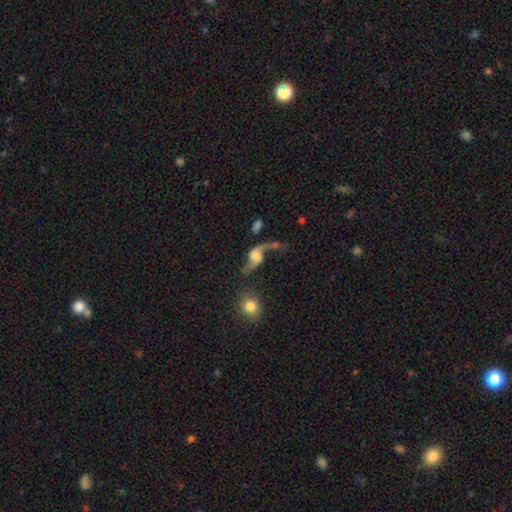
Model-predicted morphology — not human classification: featured or disk 85%, smooth 8%, star or artifact 7%. Down the decision tree: edge-on disk — no (95%); bar — no (51%); spiral arms — yes (95%); spiral arm count — 2 (92%); spiral winding — loose (91%); bulge size — moderate (34%); merging — none (56%).